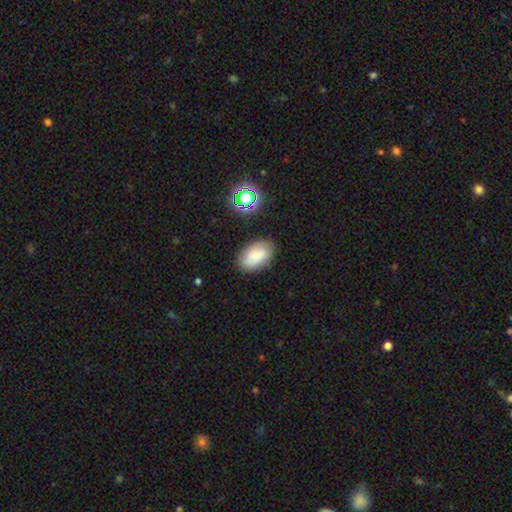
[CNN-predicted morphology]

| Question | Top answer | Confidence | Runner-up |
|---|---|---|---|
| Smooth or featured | smooth | 80% | star or artifact (10%) |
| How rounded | in between | 93% | round (6%) |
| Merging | none | 80% | minor disturbance (14%) |